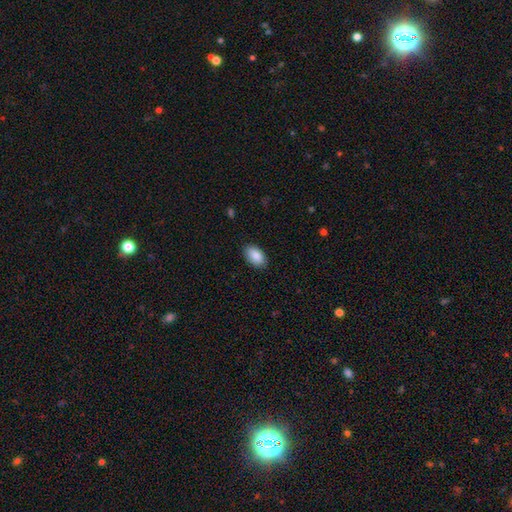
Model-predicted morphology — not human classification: Smooth or featured? Predicted: smooth (p=0.90). How rounded? Predicted: in between (p=0.94). Merging? Predicted: none (p=0.88).